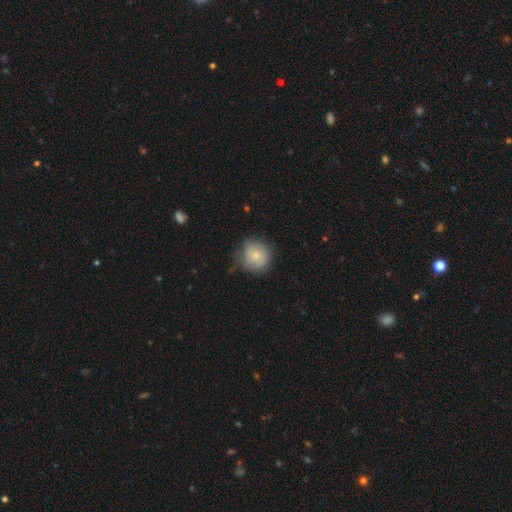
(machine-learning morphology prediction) A smooth galaxy with no disk features (75%) that is round (88%). Merging: none (69%).